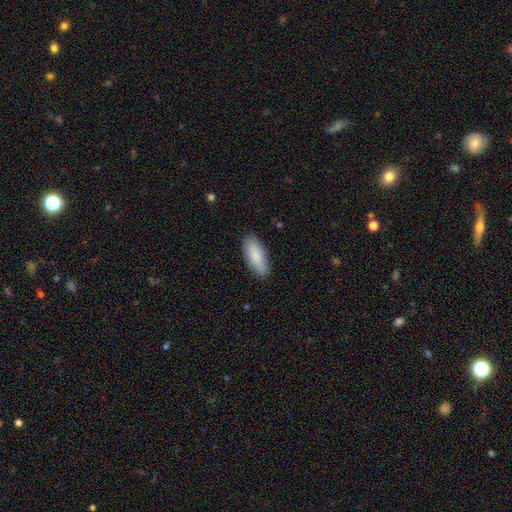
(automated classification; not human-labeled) Q: Smooth or featured?
A: smooth (85%); runner-up: featured or disk (9%)
Q: How rounded?
A: in between (68%); runner-up: cigar-shaped (30%)
Q: Merging?
A: none (87%); runner-up: minor disturbance (10%)